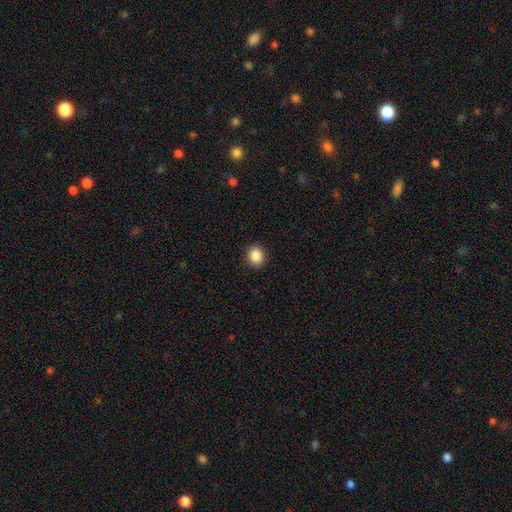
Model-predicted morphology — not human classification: type=smooth (88%); roundness=round (75%); merging=none (91%).